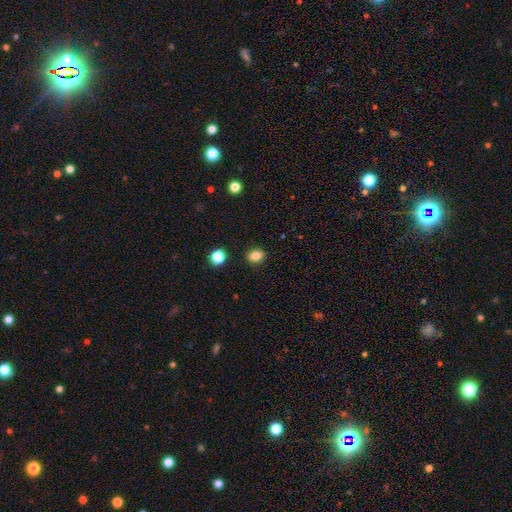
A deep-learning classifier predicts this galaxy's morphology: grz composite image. It shows a smooth galaxy with no disk features (83%) that is in between round and cigar-shaped (62%). Merging: none (88%).